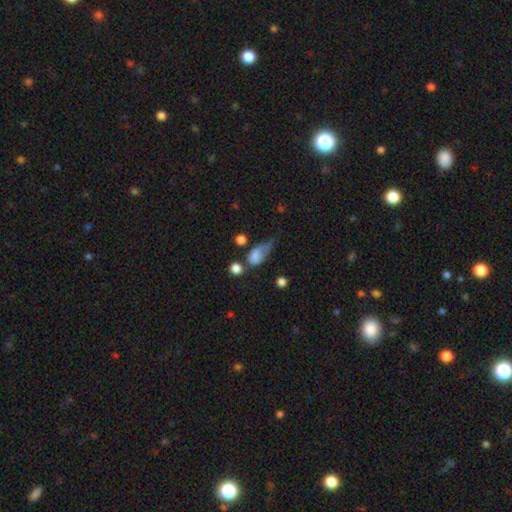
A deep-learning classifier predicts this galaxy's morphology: A smooth galaxy with no disk features (75%) that is in between round and cigar-shaped (79%).

Vote fractions:
- Smooth or featured? smooth: 75% / featured or disk: 14% / star or artifact: 11%
- How rounded? in between: 79% / round: 15% / cigar-shaped: 6%
- Merging? major disturbance: 37% / minor disturbance: 33% / none: 19% / merger: 12%